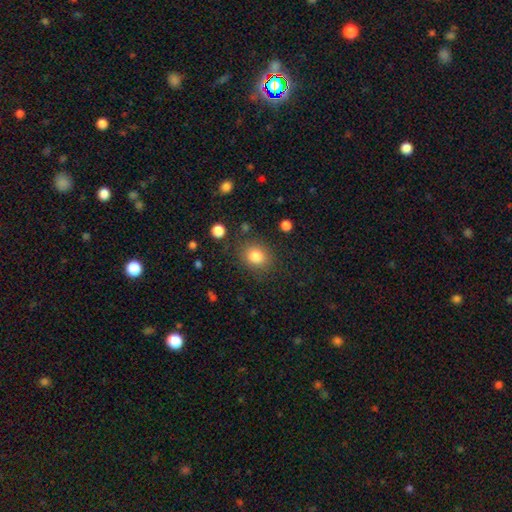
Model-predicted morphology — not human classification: Smooth or featured?
  - smooth: 82% *
  - star or artifact: 11%
  - featured or disk: 7%
How rounded?
  - round: 73% *
  - in between: 26%
  - cigar-shaped: 1%
Merging?
  - none: 84% *
  - minor disturbance: 10%
  - major disturbance: 4%
  - merger: 2%